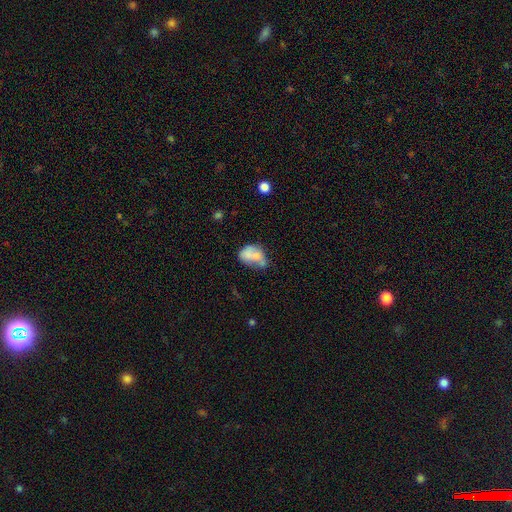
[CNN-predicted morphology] Smooth or featured: smooth — 59% (featured or disk — 32%)
How rounded: in between — 69% (round — 30%)
Merging: merger — 43% (none — 24%)